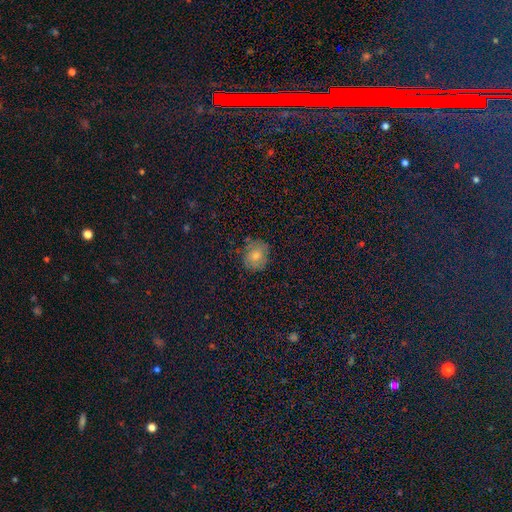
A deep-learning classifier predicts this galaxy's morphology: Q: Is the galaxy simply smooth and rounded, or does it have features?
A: smooth — 71%.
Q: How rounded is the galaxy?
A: round — 74%.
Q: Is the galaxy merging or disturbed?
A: none — 76%.